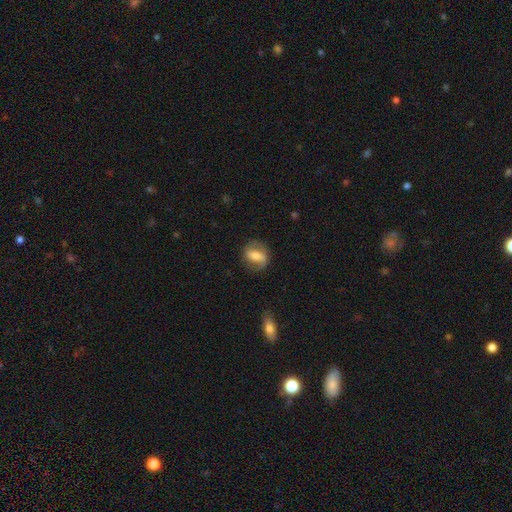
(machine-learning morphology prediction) A featured or disk galaxy (60%) with a strong bar (42%), spiral arms (82%) and a moderate central bulge (47%). Merging: none (73%).